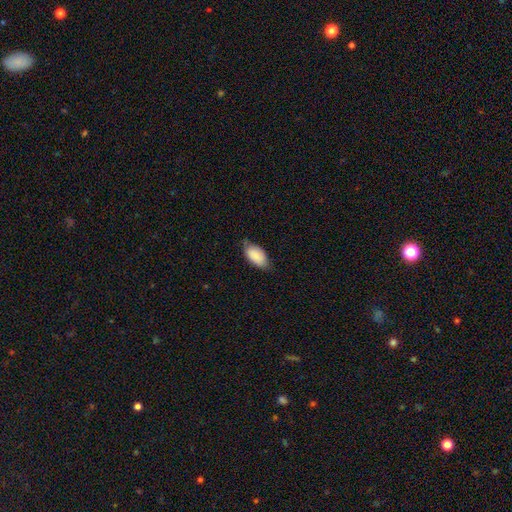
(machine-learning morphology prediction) A smooth galaxy with no disk features (87%) that is in between round and cigar-shaped (95%).

Vote fractions:
- Smooth or featured? smooth: 87% / featured or disk: 7% / star or artifact: 6%
- How rounded? in between: 95% / round: 3% / cigar-shaped: 3%
- Merging? none: 68% / minor disturbance: 27% / major disturbance: 4% / merger: 1%